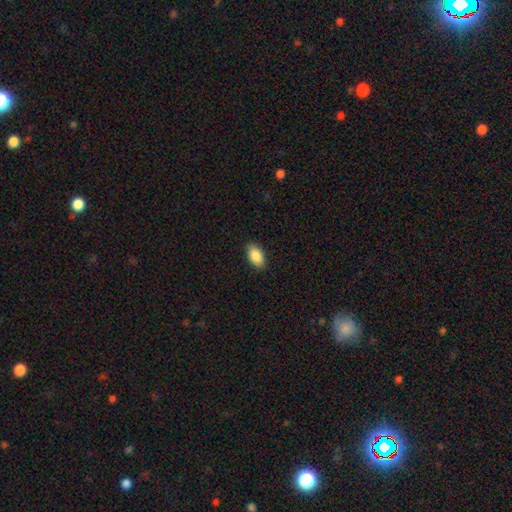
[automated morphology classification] A smooth galaxy with no disk features (89%) that is in between round and cigar-shaped (93%). Merging: none (89%).